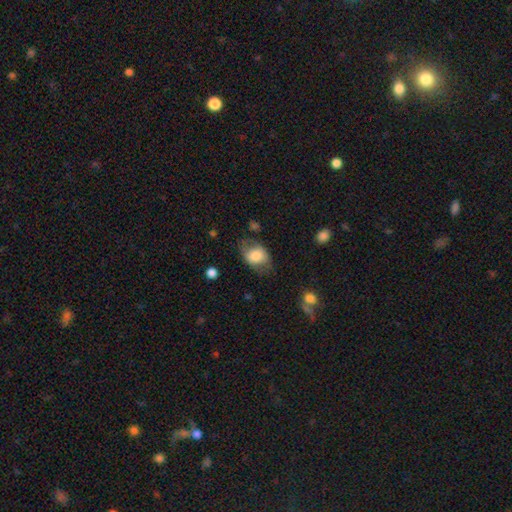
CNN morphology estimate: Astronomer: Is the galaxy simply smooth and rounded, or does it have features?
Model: smooth — 69%.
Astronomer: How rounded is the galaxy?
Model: in between — 77%.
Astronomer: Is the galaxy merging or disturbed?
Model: none — 61%.